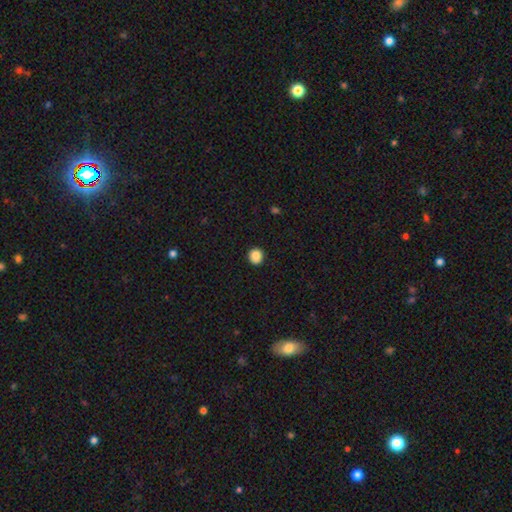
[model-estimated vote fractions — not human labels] smooth_or_featured: smooth (p=0.88) [alt: star or artifact p=0.09]
how_rounded: round (p=0.86) [alt: in between p=0.13]
merging: none (p=0.91) [alt: minor disturbance p=0.06]